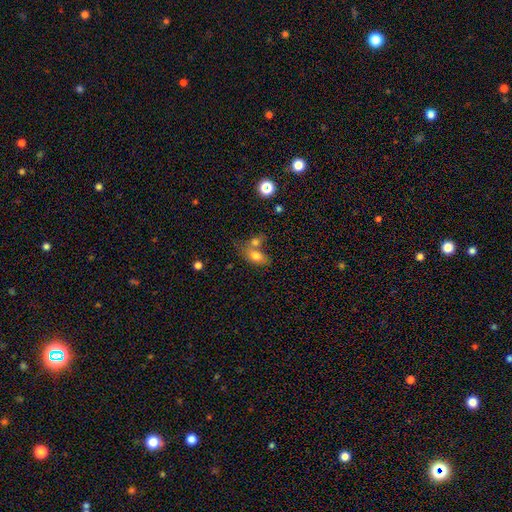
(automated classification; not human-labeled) smooth-or-featured: smooth: 75% | featured or disk: 15% | star or artifact: 10%
  how-rounded: in between: 79% | round: 18% | cigar-shaped: 3%
  merging: merger: 47% | none: 34% | minor disturbance: 13% | major disturbance: 6%